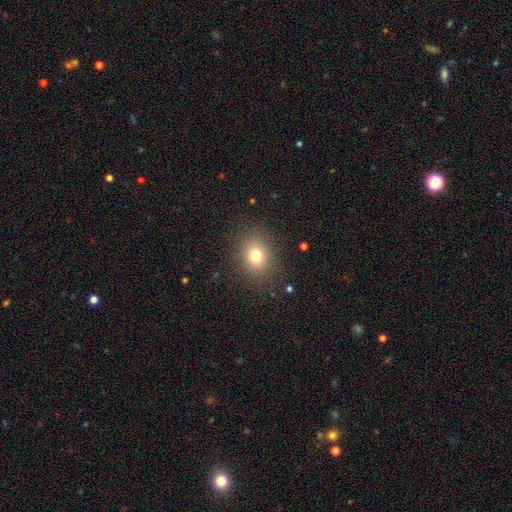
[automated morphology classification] Smooth or featured: smooth — 77% (star or artifact — 14%)
How rounded: round — 55% (in between — 45%)
Merging: none — 86% (minor disturbance — 9%)